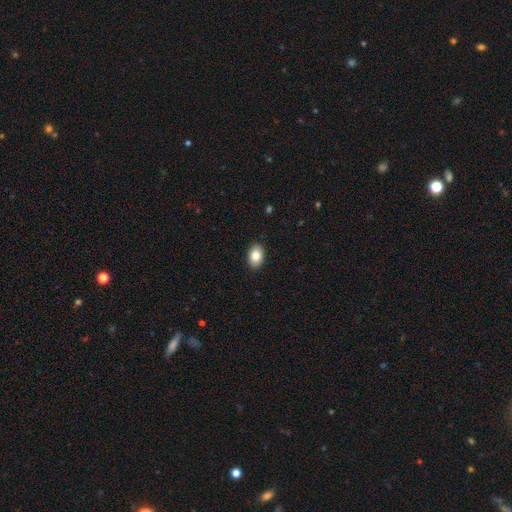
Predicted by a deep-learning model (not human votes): smooth 83%, featured or disk 9%, star or artifact 7%. Down the decision tree: how rounded — in between (86%); merging — none (90%).